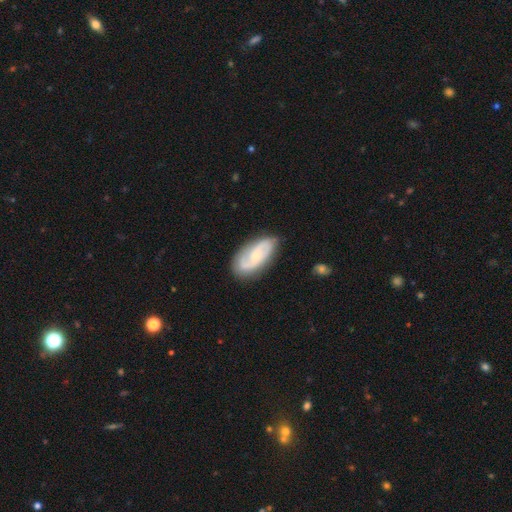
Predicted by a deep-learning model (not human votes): Q: Smooth or featured?
A: featured or disk (70%); runner-up: smooth (24%)
Q: Edge-on disk?
A: no (94%); runner-up: yes (6%)
Q: Bar?
A: no (61%); runner-up: weak (31%)
Q: Spiral arms?
A: yes (90%); runner-up: no (10%)
Q: Spiral winding?
A: medium (43%); runner-up: tight (35%)
Q: Spiral arm count?
A: 2 (71%); runner-up: can't tell (16%)
Q: Bulge size?
A: small (67%); runner-up: moderate (26%)
Q: Merging?
A: none (76%); runner-up: minor disturbance (18%)